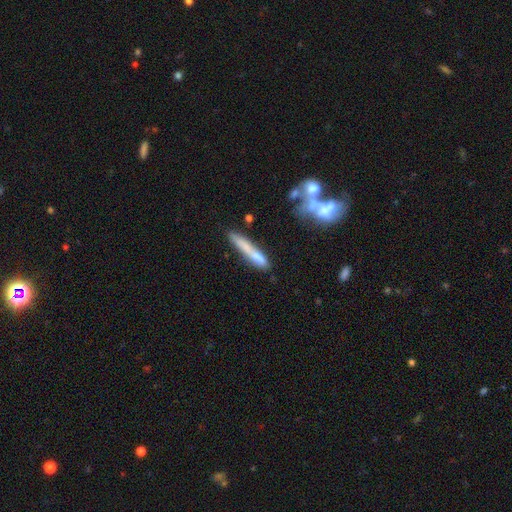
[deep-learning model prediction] This appears to be a smooth galaxy with no disk features (59%) that is cigar-shaped (91%). Merging: none (61%).